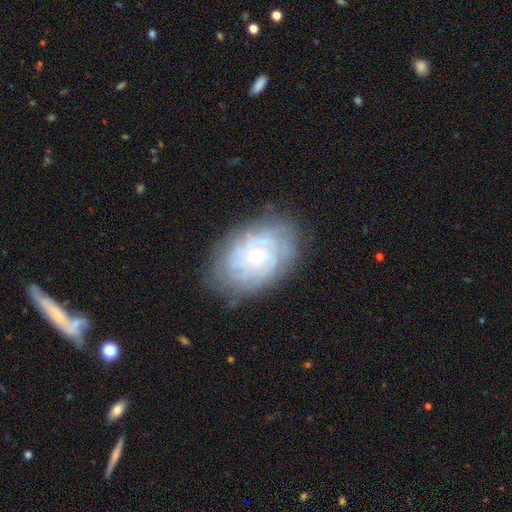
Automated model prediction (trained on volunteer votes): A featured or disk galaxy (79%) with no bar (79%), tight (77%) spiral arms (90%) and a small central bulge (64%).

Vote fractions:
- Smooth or featured? featured or disk: 79% / smooth: 14% / star or artifact: 8%
- Edge-on disk? no: 96% / yes: 4%
- Bar? no: 79% / weak: 17% / strong: 3%
- Spiral arms? yes: 90% / no: 10%
- Spiral winding? tight: 77% / medium: 18% / loose: 5%
- Spiral arm count? can't tell: 48% / more than 4: 16% / 4: 14% / 3: 9% / 2: 8% / 1: 5%
- Bulge size? small: 64% / moderate: 32% / large: 2% / none: 1% / dominant: 1%
- Merging? none: 78% / minor disturbance: 15% / major disturbance: 5% / merger: 1%